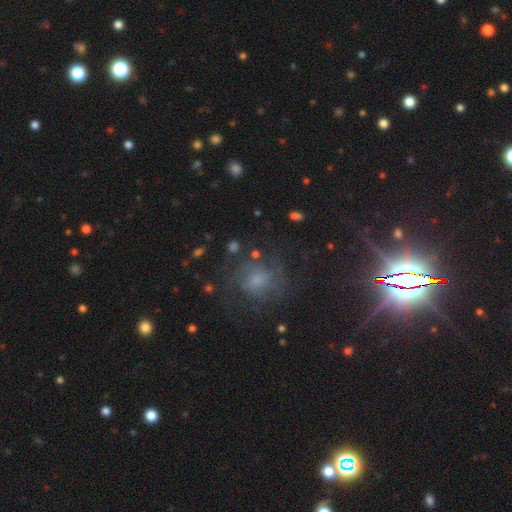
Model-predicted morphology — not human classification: This is marginally a featured or disk galaxy (45%). Merging: likely none (65%).